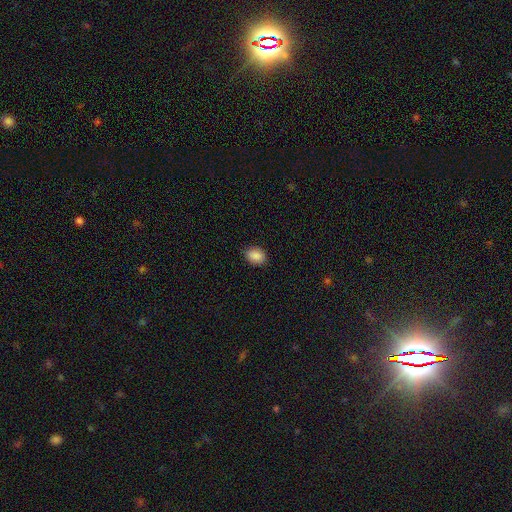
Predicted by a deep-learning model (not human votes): Smooth or featured? smooth (89%)
How rounded? in between (73%)
Merging? none (87%)